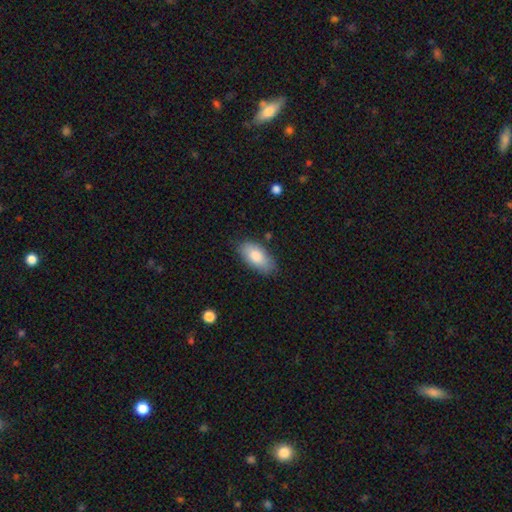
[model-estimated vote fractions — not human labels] Smooth or featured? Predicted: smooth (p=0.82). How rounded? Predicted: in between (p=0.92). Merging? Predicted: none (p=0.80).